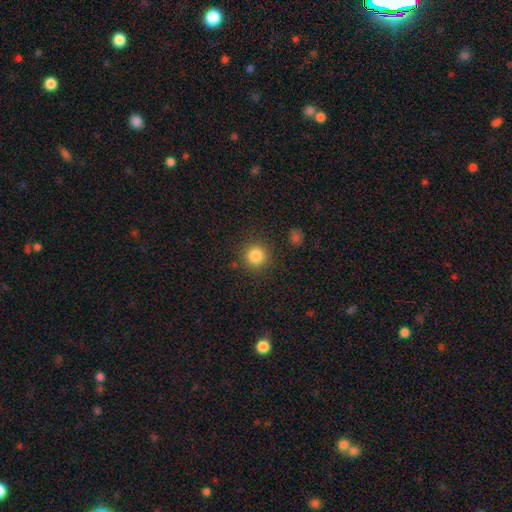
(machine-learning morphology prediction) This appears to be a smooth galaxy with no disk features (84%) that is round (94%). Merging: none (88%).